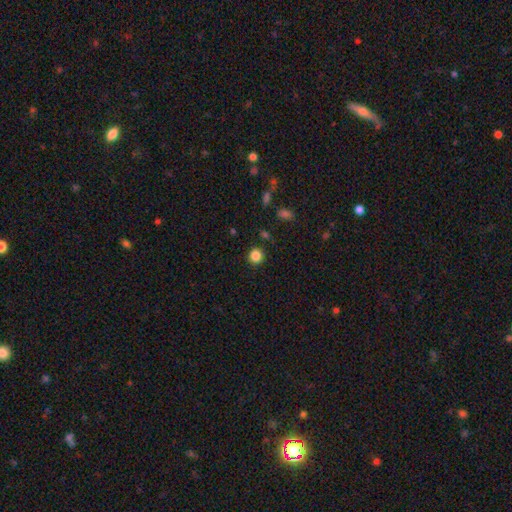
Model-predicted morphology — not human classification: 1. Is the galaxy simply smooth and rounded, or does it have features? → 85% smooth, 11% star or artifact, 4% featured or disk.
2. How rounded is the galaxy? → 93% round, 6% in between, 1% cigar-shaped.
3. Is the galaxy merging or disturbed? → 90% none, 6% minor disturbance, 2% major disturbance, 2% merger.